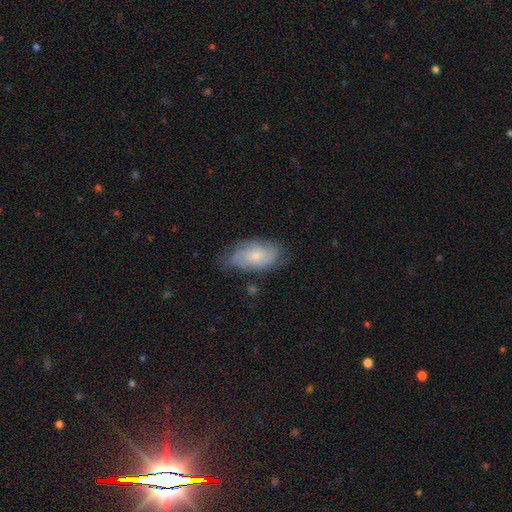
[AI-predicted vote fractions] Smooth or featured? featured or disk (60%)
Edge-on disk? no (93%)
Bar? no (72%)
Spiral arms? yes (88%)
Bulge size? small (51%)
Merging? none (69%)